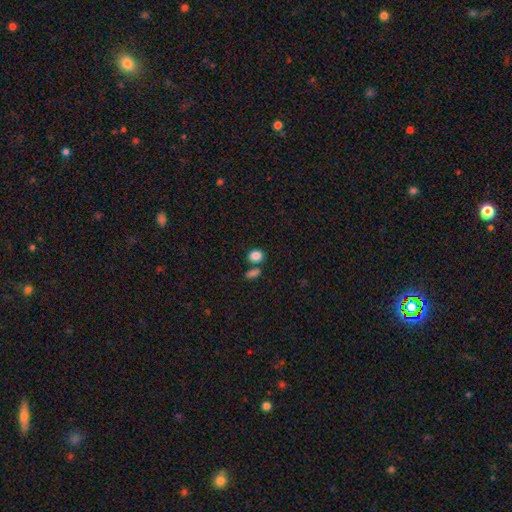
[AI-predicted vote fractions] smooth_or_featured: smooth (p=0.85) [alt: star or artifact p=0.10]
how_rounded: round (p=0.51) [alt: in between p=0.47]
merging: none (p=0.64) [alt: merger p=0.22]